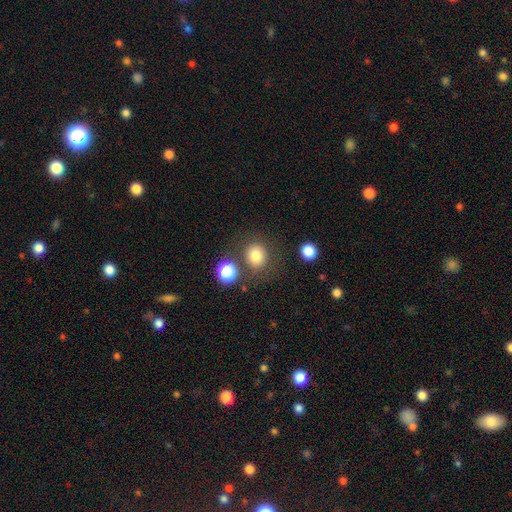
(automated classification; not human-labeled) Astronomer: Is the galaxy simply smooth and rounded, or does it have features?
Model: smooth — 79%.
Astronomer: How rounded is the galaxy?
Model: round — 82%.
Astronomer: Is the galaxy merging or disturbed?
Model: none — 76%.